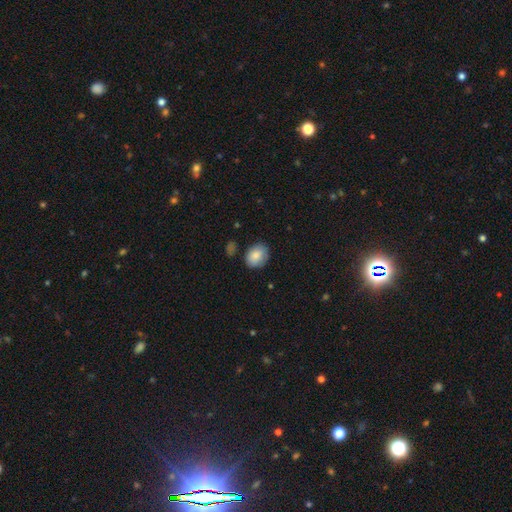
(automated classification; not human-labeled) The model was most divided on "how rounded": in between: 62%, round: 37%, cigar-shaped: 1%. More confident: smooth or featured — smooth (82%); merging — none (75%).